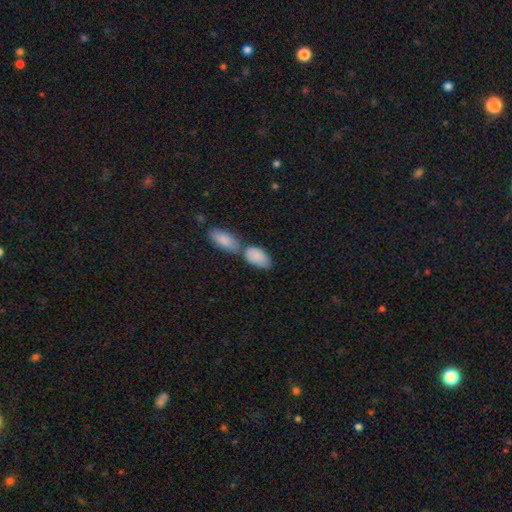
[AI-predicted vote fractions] smooth 86%, featured or disk 8%, star or artifact 6%. Down the decision tree: how rounded — in between (92%); merging — none (42%).